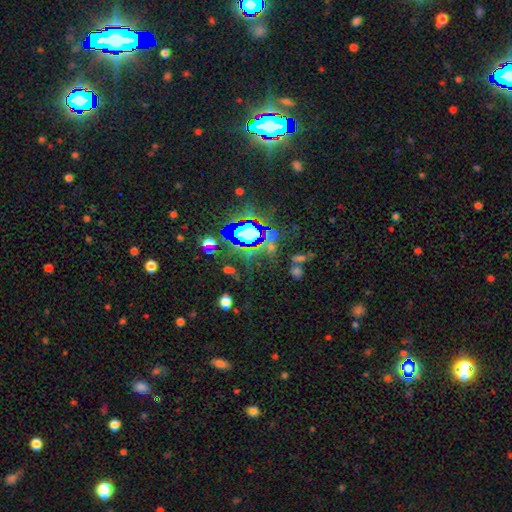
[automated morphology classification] The model was most divided on "smooth or featured": star or artifact: 82%, smooth: 10%, featured or disk: 8%.